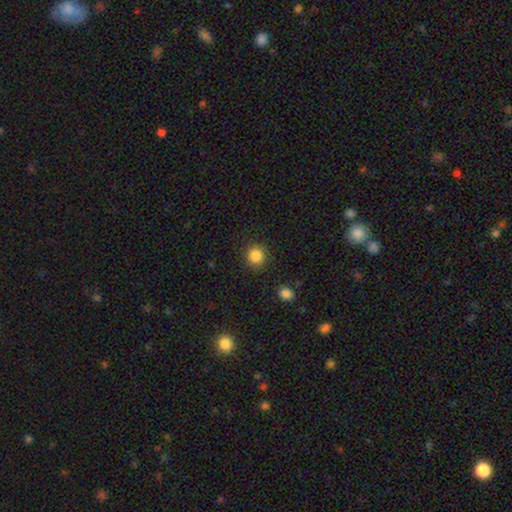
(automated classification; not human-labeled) smooth-or-featured: smooth: 86% | star or artifact: 10% | featured or disk: 4%
  how-rounded: round: 88% | in between: 11% | cigar-shaped: 1%
  merging: none: 88% | minor disturbance: 8% | major disturbance: 3% | merger: 2%